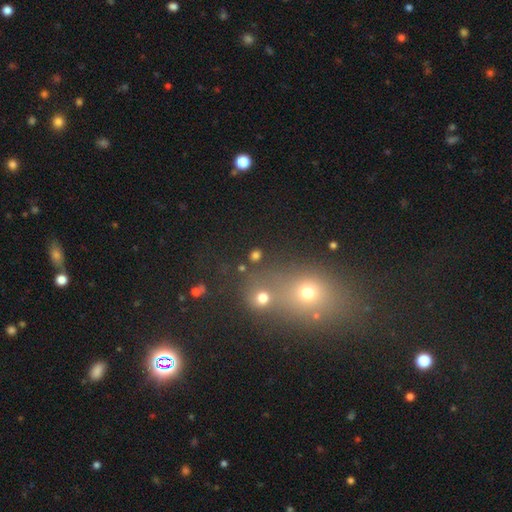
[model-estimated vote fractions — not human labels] This appears to be a smooth galaxy with no disk features (74%) that is round (75%). Merging: none (76%).